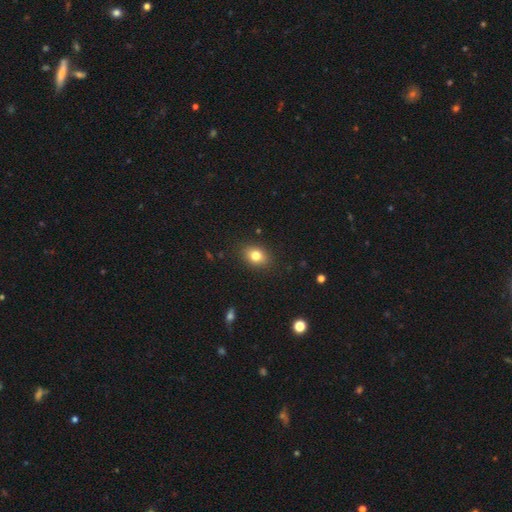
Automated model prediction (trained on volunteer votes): Smooth or featured: smooth — 80% (star or artifact — 11%)
How rounded: in between — 64% (round — 35%)
Merging: none — 87% (minor disturbance — 9%)